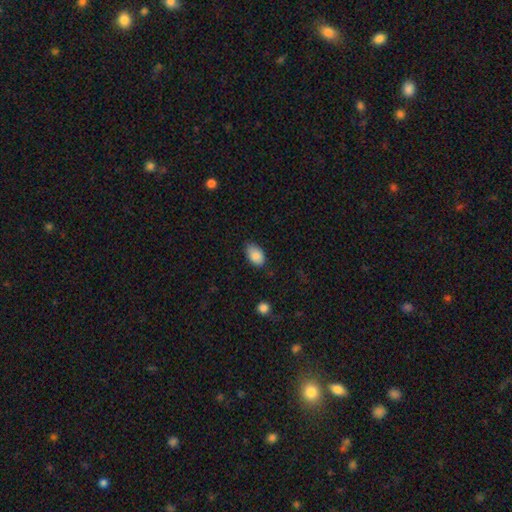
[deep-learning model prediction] smooth 85%, featured or disk 8%, star or artifact 7%. Down the decision tree: how rounded — in between (91%); merging — none (75%).